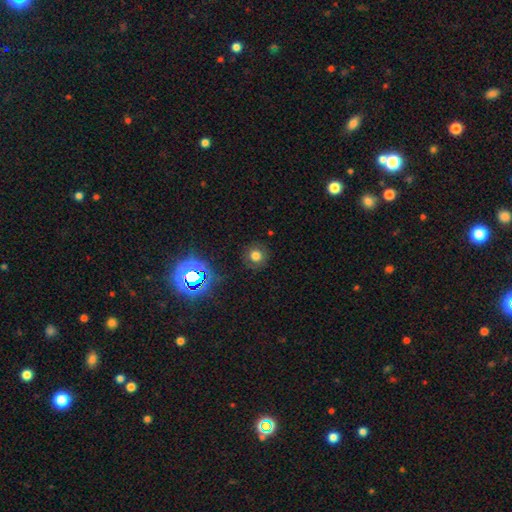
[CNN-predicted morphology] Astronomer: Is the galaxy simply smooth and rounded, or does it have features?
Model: smooth — 69%.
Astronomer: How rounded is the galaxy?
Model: round — 90%.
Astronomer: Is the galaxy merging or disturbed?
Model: none — 86%.